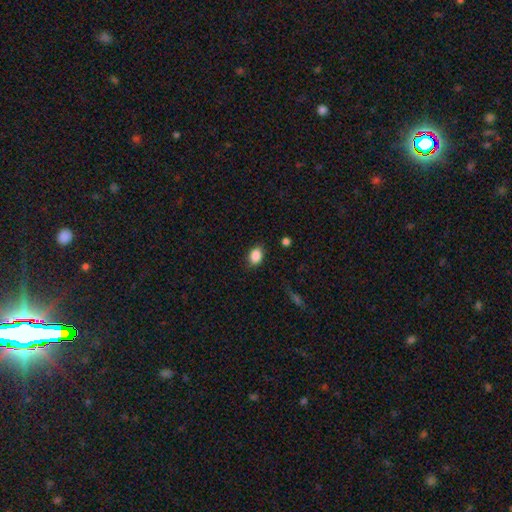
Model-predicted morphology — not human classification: smooth_or_featured: smooth (p=0.87) [alt: star or artifact p=0.09]
how_rounded: in between (p=0.70) [alt: round p=0.28]
merging: none (p=0.82) [alt: minor disturbance p=0.13]